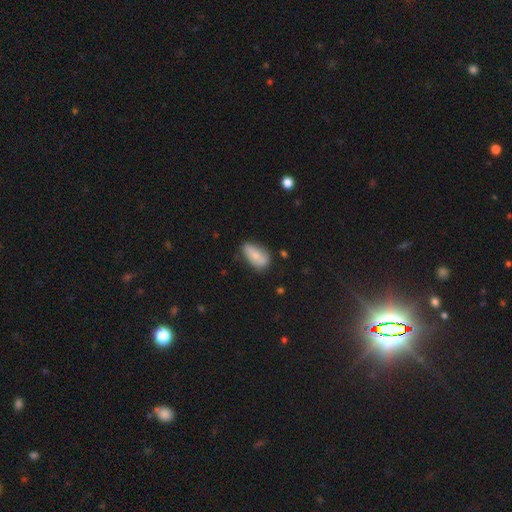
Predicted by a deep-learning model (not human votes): Smooth or featured: smooth — 74% (featured or disk — 19%)
How rounded: in between — 87% (cigar-shaped — 10%)
Merging: none — 62% (minor disturbance — 28%)